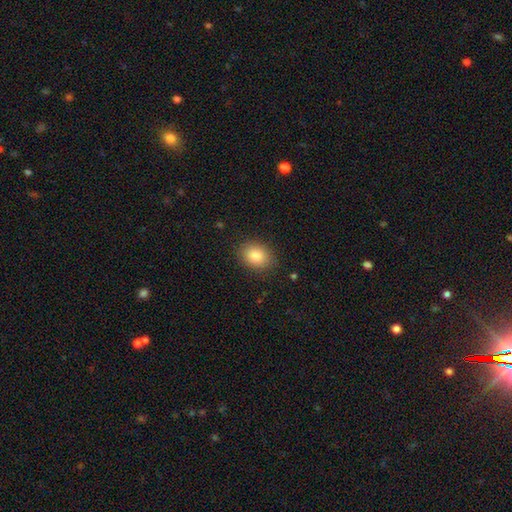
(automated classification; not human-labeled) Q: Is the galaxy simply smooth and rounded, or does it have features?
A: smooth — 84%.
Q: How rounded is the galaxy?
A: in between — 57%.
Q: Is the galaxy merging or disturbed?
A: none — 87%.